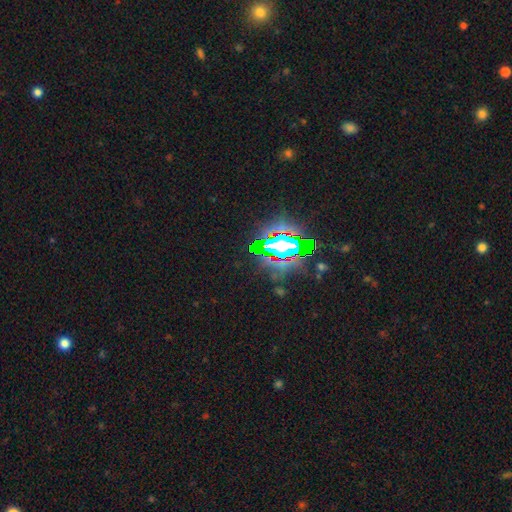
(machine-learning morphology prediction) smooth-or-featured: star or artifact: 83% | smooth: 10% | featured or disk: 8%